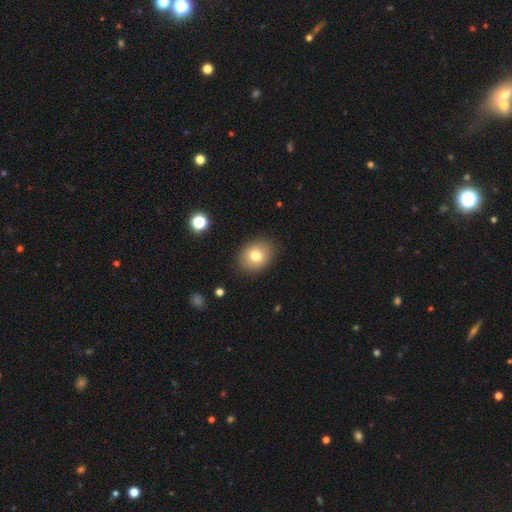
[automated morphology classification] Q: Smooth or featured?
A: smooth (78%); runner-up: featured or disk (12%)
Q: How rounded?
A: in between (55%); runner-up: round (44%)
Q: Merging?
A: none (88%); runner-up: minor disturbance (9%)